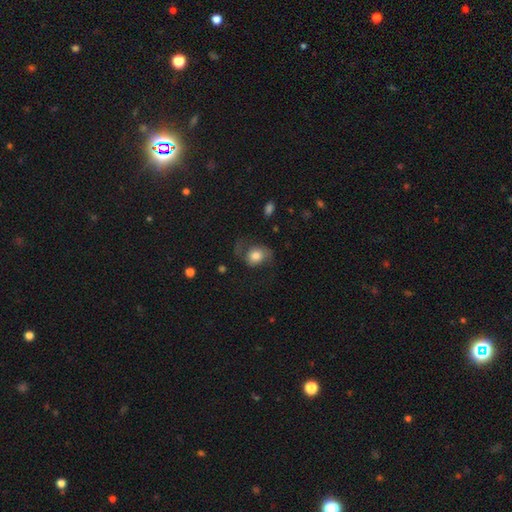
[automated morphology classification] smooth-or-featured: smooth: 60% | featured or disk: 32% | star or artifact: 9%
  how-rounded: round: 54% | in between: 44% | cigar-shaped: 1%
  merging: none: 47% | major disturbance: 28% | minor disturbance: 22% | merger: 2%